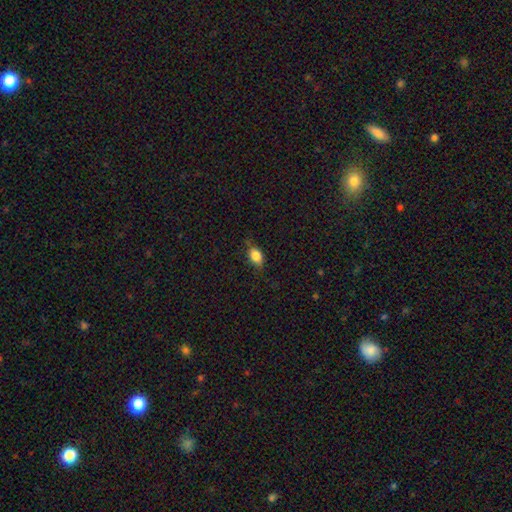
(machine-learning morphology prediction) A smooth galaxy with no disk features (82%) that is in between round and cigar-shaped (77%).

Vote fractions:
- Smooth or featured? smooth: 82% / featured or disk: 9% / star or artifact: 9%
- How rounded? in between: 77% / round: 20% / cigar-shaped: 3%
- Merging? none: 70% / minor disturbance: 23% / major disturbance: 6% / merger: 1%